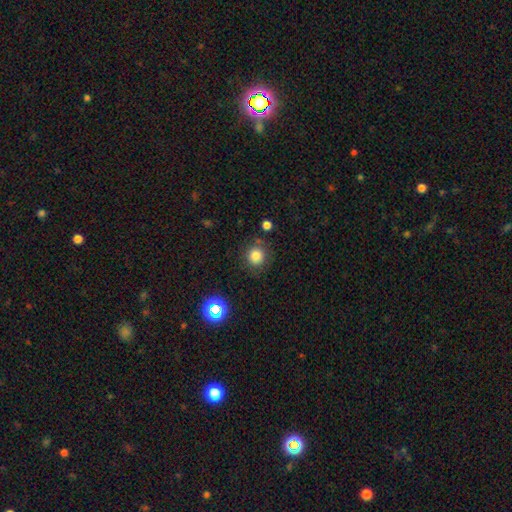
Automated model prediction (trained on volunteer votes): Smooth or featured?
  - smooth: 81% *
  - star or artifact: 13%
  - featured or disk: 5%
How rounded?
  - round: 91% *
  - in between: 8%
  - cigar-shaped: 1%
Merging?
  - none: 82% *
  - minor disturbance: 10%
  - merger: 4%
  - major disturbance: 4%